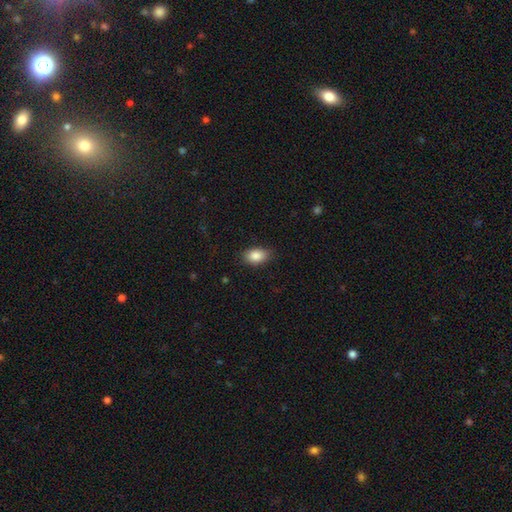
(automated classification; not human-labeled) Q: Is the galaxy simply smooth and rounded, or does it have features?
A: smooth — 87%.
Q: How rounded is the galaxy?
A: in between — 88%.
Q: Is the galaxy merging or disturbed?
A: none — 84%.